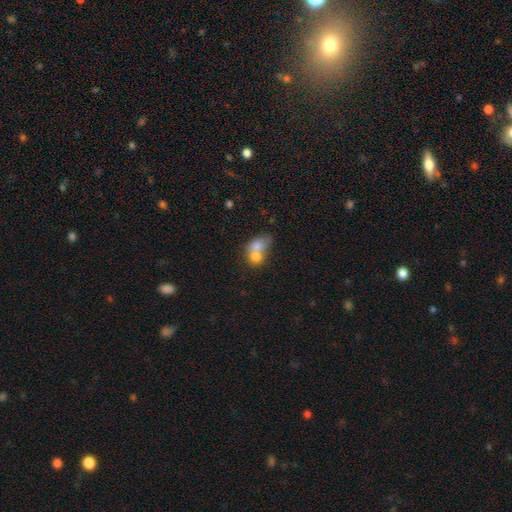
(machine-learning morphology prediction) Q: Smooth or featured?
A: smooth (70%); runner-up: featured or disk (21%)
Q: How rounded?
A: in between (60%); runner-up: round (38%)
Q: Merging?
A: merger (72%); runner-up: none (16%)